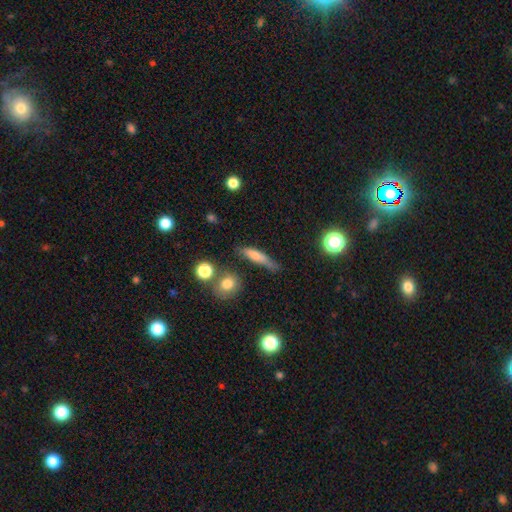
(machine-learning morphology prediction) A smooth galaxy with no disk features (70%) that is cigar-shaped (74%). Merging: none (58%).